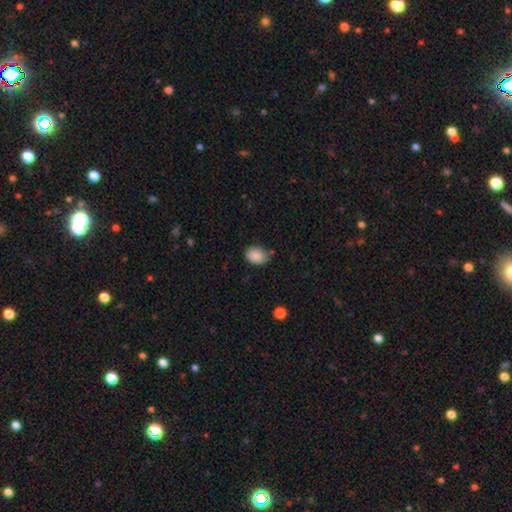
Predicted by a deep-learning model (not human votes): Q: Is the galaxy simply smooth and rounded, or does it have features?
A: smooth — 87%.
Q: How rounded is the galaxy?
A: in between — 61%.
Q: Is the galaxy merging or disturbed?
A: none — 61%.